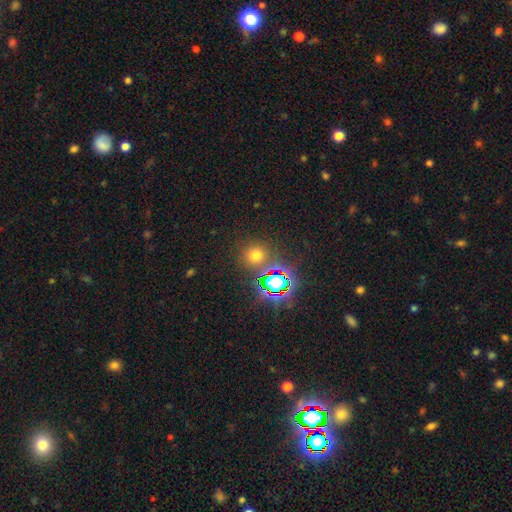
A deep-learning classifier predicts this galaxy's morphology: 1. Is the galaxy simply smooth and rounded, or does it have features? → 59% smooth, 33% star or artifact, 7% featured or disk.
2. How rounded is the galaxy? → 88% round, 11% in between, 1% cigar-shaped.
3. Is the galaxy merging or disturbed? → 82% none, 8% minor disturbance, 6% merger, 4% major disturbance.